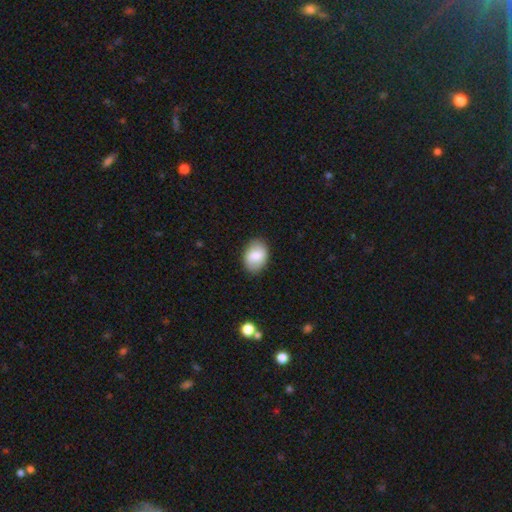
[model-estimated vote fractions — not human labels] Q: Smooth or featured?
A: smooth (77%); runner-up: featured or disk (16%)
Q: How rounded?
A: in between (80%); runner-up: round (19%)
Q: Merging?
A: none (84%); runner-up: minor disturbance (12%)